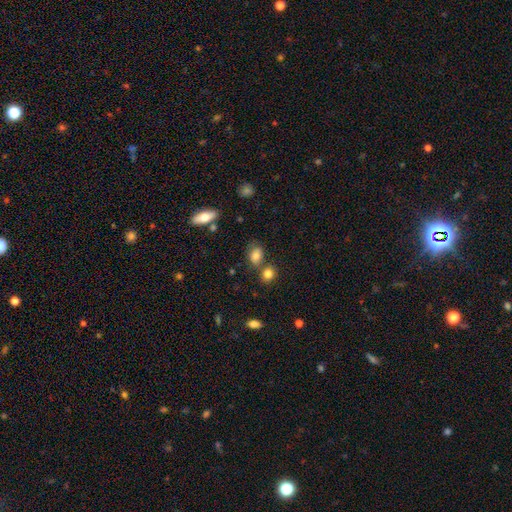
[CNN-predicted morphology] Smooth or featured? smooth (80%)
How rounded? in between (69%)
Merging? none (60%)